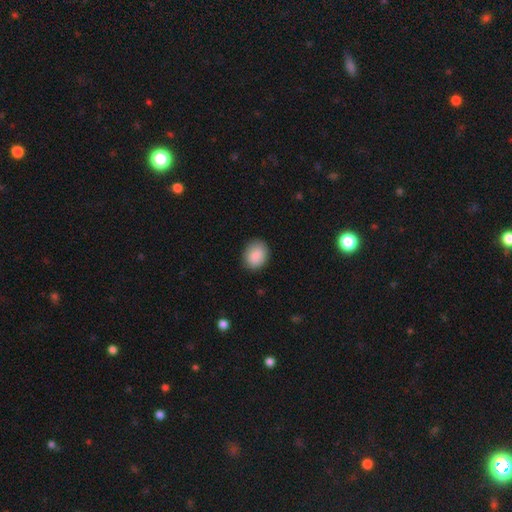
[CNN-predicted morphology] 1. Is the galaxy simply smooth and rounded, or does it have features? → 88% smooth, 7% star or artifact, 4% featured or disk.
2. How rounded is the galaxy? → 52% in between, 47% round, 1% cigar-shaped.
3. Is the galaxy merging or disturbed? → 85% none, 11% minor disturbance, 3% major disturbance, 1% merger.